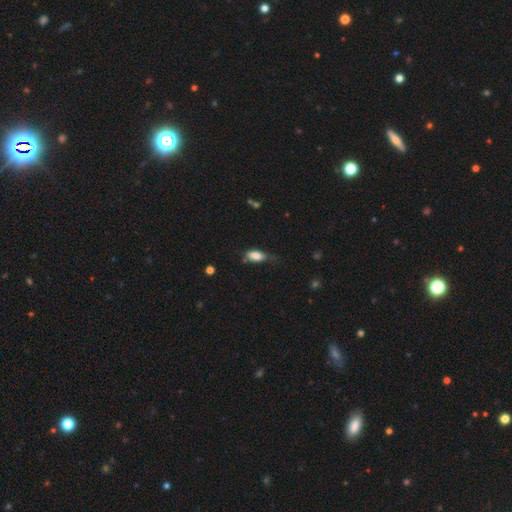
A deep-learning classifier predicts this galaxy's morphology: type=smooth (81%); roundness=in between (87%); merging=none (42%).